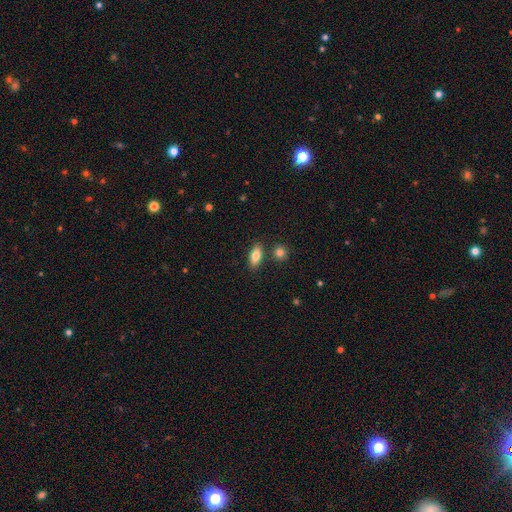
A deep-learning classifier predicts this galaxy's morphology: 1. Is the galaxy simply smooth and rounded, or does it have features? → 80% smooth, 13% featured or disk, 7% star or artifact.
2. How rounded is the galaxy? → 83% in between, 13% cigar-shaped, 4% round.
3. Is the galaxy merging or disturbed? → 82% none, 10% minor disturbance, 6% merger, 2% major disturbance.